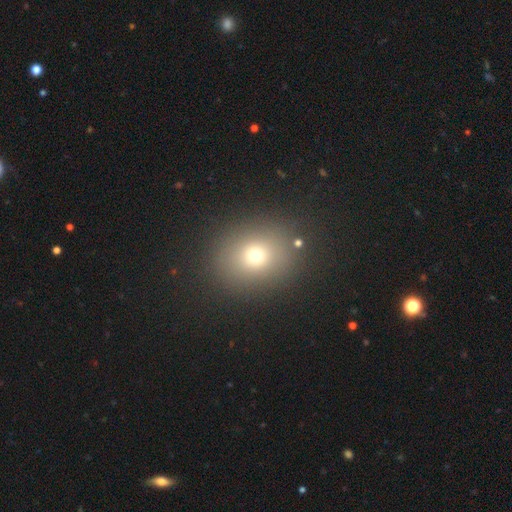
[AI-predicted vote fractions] smooth-or-featured: smooth: 71% | star or artifact: 18% | featured or disk: 10%
  how-rounded: round: 68% | in between: 31% | cigar-shaped: 1%
  merging: none: 86% | minor disturbance: 8% | major disturbance: 4% | merger: 2%